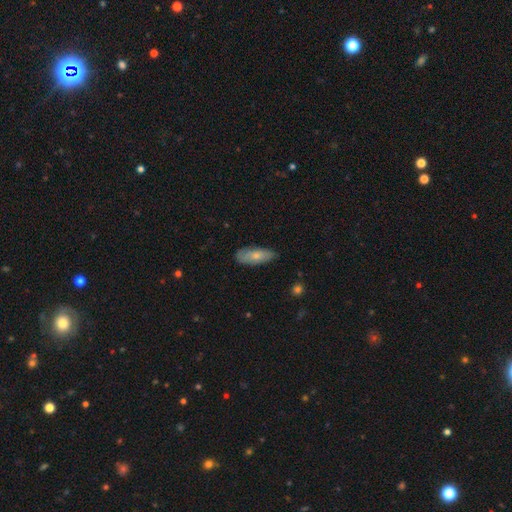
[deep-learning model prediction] Smooth or featured?
  - smooth: 65% *
  - featured or disk: 29%
  - star or artifact: 6%
How rounded?
  - in between: 76% *
  - cigar-shaped: 22%
  - round: 3%
Merging?
  - none: 74% *
  - minor disturbance: 21%
  - major disturbance: 3%
  - merger: 1%